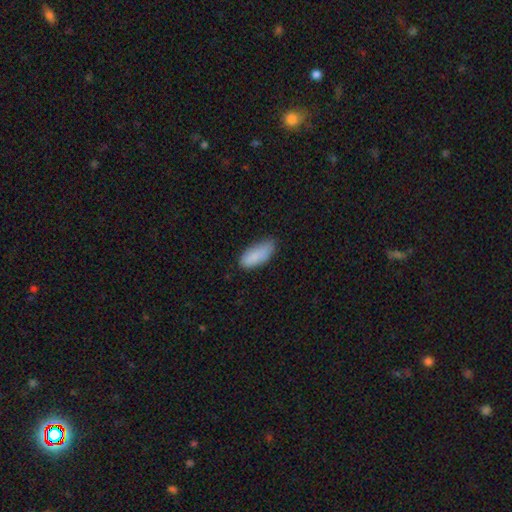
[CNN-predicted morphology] Smooth or featured: smooth — 87% (star or artifact — 7%)
How rounded: in between — 84% (cigar-shaped — 14%)
Merging: none — 63% (minor disturbance — 31%)